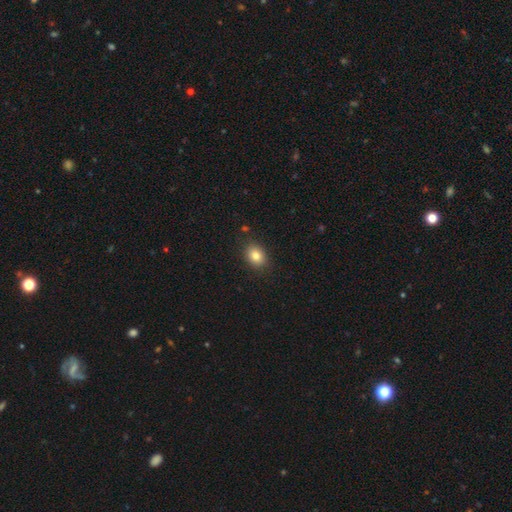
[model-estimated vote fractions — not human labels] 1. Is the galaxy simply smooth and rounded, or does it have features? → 83% smooth, 10% star or artifact, 7% featured or disk.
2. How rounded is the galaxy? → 62% in between, 37% round, 1% cigar-shaped.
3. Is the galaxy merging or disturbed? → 86% none, 10% minor disturbance, 2% major disturbance, 2% merger.